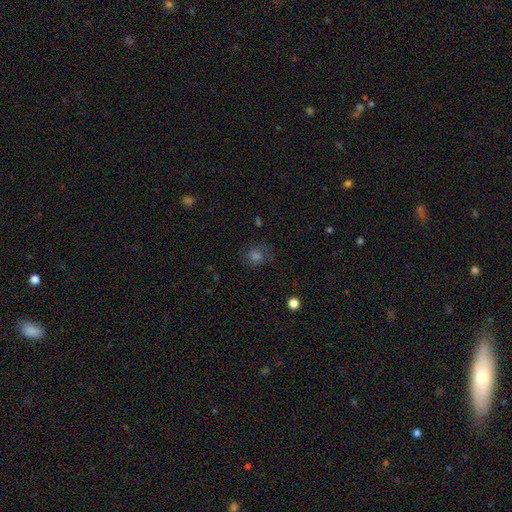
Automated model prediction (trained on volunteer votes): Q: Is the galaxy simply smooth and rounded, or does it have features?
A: smooth — 60%.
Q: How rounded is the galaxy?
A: round — 77%.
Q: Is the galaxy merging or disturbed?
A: none — 72%.